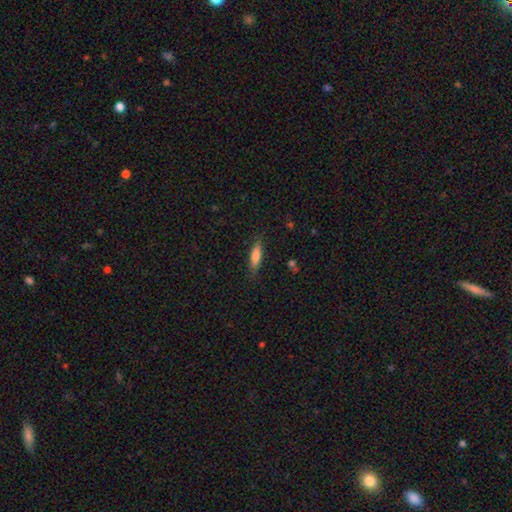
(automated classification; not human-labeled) A smooth galaxy with no disk features (75%) that is cigar-shaped (57%). Merging: none (82%).